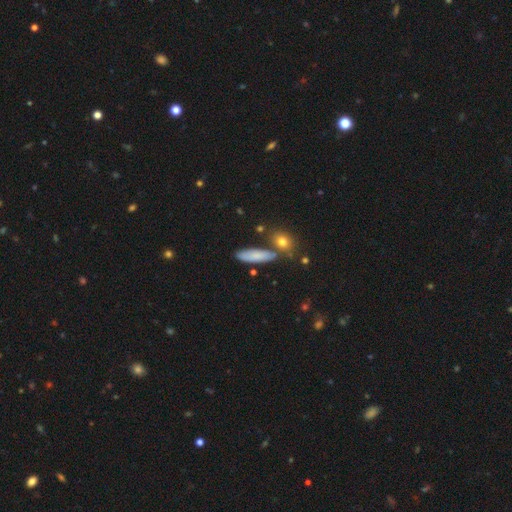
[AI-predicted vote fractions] Smooth or featured: smooth — 79% (featured or disk — 13%)
How rounded: cigar-shaped — 53% (in between — 43%)
Merging: none — 76% (minor disturbance — 13%)